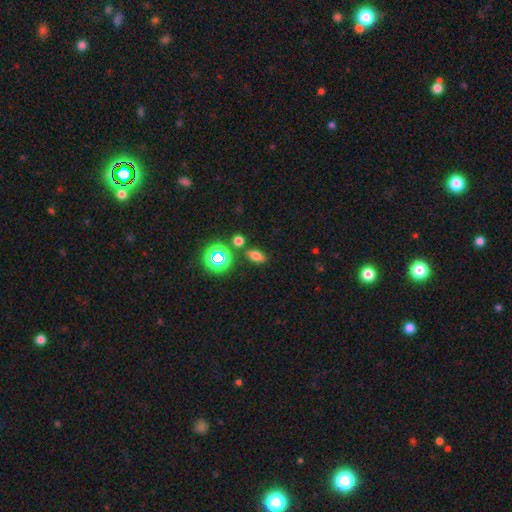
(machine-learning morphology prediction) Smooth or featured? Predicted: smooth (p=0.67). How rounded? Predicted: in between (p=0.77). Merging? Predicted: none (p=0.80).